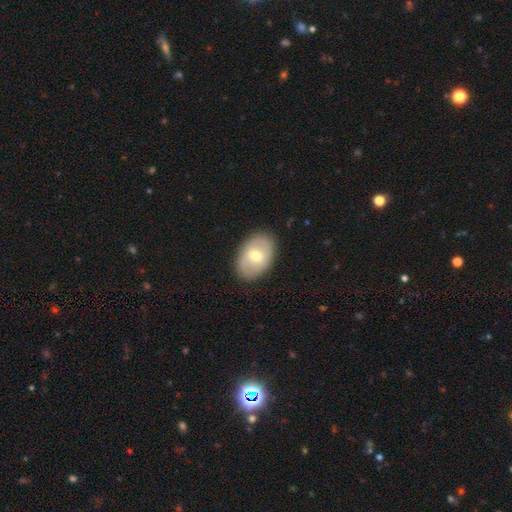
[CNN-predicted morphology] Smooth or featured? Predicted: featured or disk (p=0.48). Merging? Predicted: none (p=0.86).